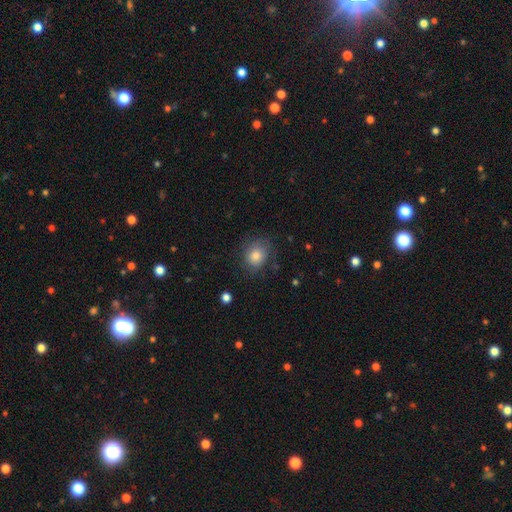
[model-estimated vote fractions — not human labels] Smooth or featured? smooth (78%)
How rounded? round (60%)
Merging? none (73%)